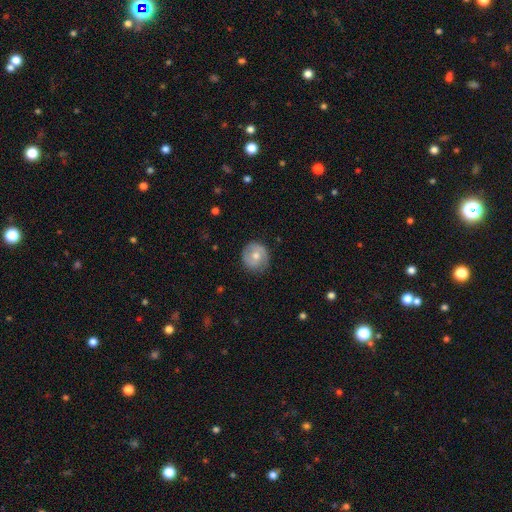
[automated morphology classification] smooth_or_featured: smooth (p=0.48) [alt: featured or disk p=0.46]
merging: none (p=0.78) [alt: minor disturbance p=0.16]